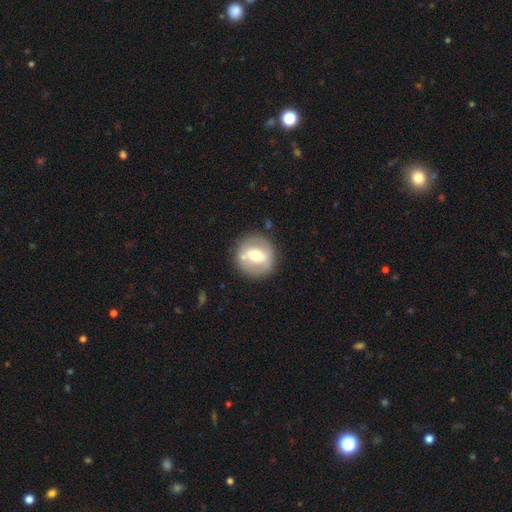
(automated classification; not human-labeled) The model was most divided on "smooth or featured": featured or disk: 54%, smooth: 39%, star or artifact: 7%. More confident: edge-on disk — no (93%); merging — none (81%).